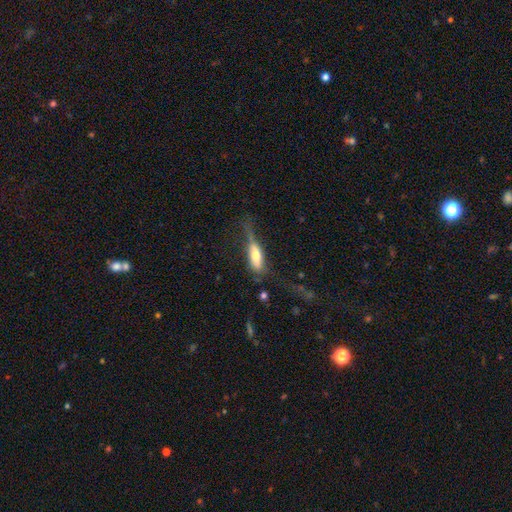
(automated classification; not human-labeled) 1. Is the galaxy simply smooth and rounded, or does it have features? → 59% smooth, 35% featured or disk, 7% star or artifact.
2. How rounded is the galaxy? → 54% in between, 44% cigar-shaped, 3% round.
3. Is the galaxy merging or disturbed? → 36% major disturbance, 31% none, 28% minor disturbance, 4% merger.